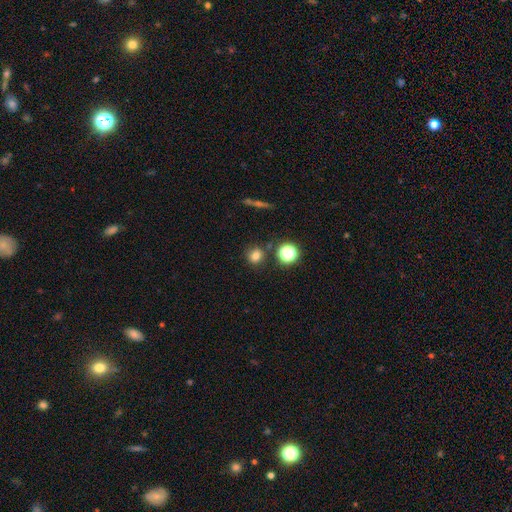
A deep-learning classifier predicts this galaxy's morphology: smooth-or-featured: smooth: 77% | star or artifact: 17% | featured or disk: 7%
  how-rounded: round: 85% | in between: 14% | cigar-shaped: 1%
  merging: none: 81% | minor disturbance: 9% | merger: 7% | major disturbance: 3%